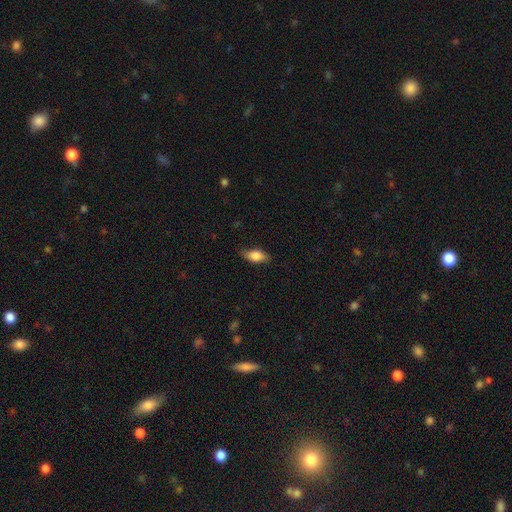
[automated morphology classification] smooth_or_featured: smooth (p=0.79) [alt: featured or disk p=0.15]
how_rounded: in between (p=0.85) [alt: cigar-shaped p=0.11]
merging: none (p=0.78) [alt: minor disturbance p=0.17]